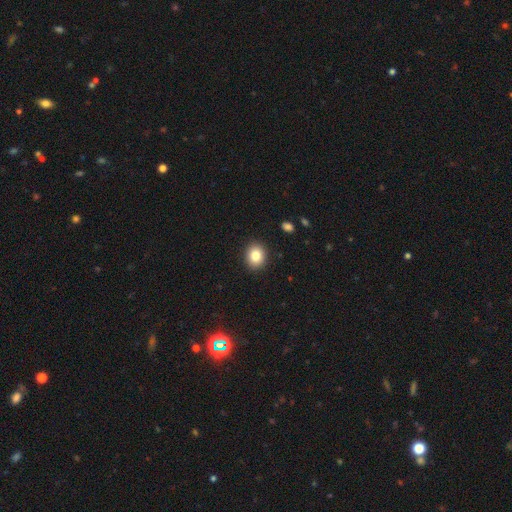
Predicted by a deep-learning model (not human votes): smooth 83%, star or artifact 10%, featured or disk 7%. Down the decision tree: how rounded — round (66%); merging — none (91%).